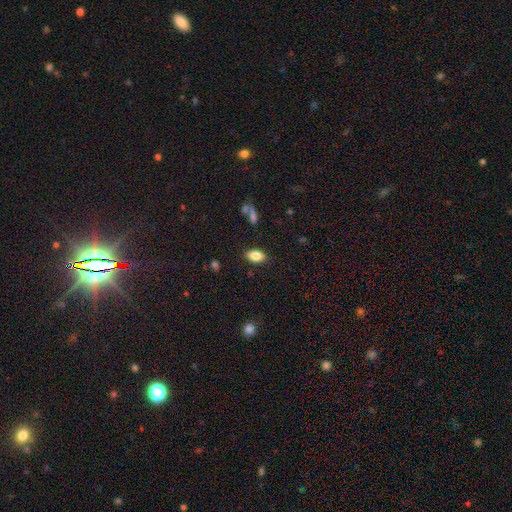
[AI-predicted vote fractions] A smooth galaxy with no disk features (83%) that is in between round and cigar-shaped (90%). Merging: none (85%).